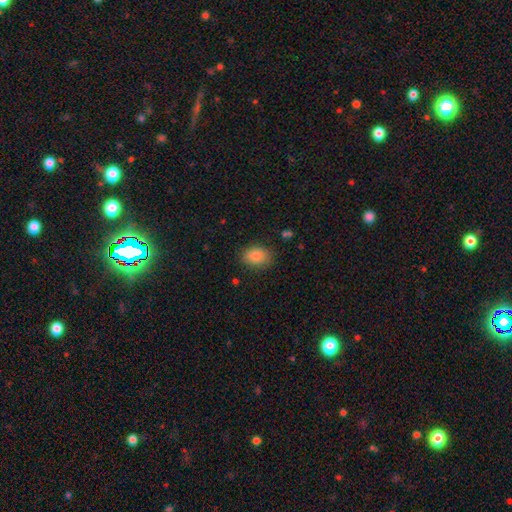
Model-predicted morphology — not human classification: smooth-or-featured: smooth: 86% | star or artifact: 9% | featured or disk: 5%
  how-rounded: in between: 75% | round: 24% | cigar-shaped: 1%
  merging: none: 83% | minor disturbance: 13% | major disturbance: 3% | merger: 1%